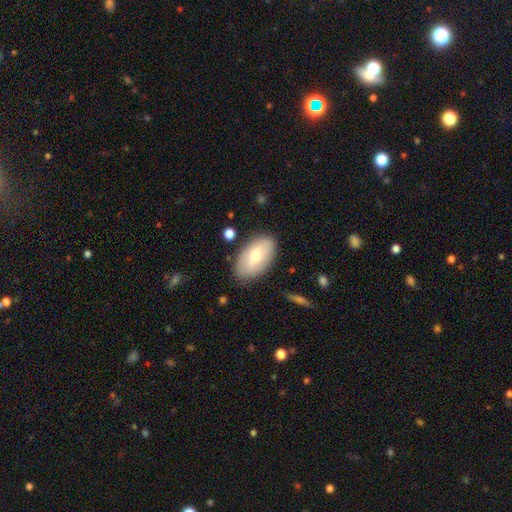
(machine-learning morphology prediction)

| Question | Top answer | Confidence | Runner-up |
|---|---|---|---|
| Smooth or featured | smooth | 59% | featured or disk (34%) |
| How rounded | in between | 94% | round (4%) |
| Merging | none | 84% | minor disturbance (12%) |